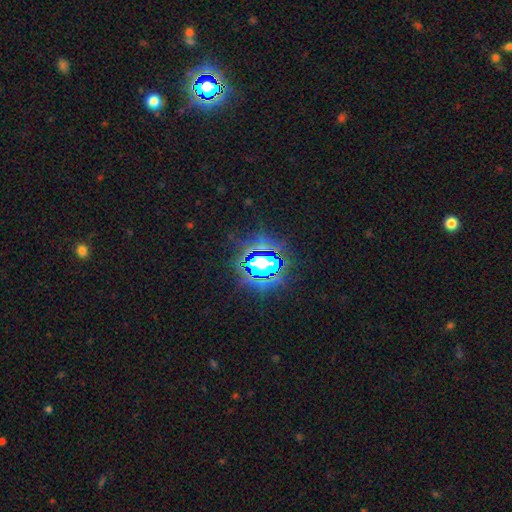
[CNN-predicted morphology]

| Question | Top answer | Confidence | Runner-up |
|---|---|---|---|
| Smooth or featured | star or artifact | 70% | smooth (17%) |